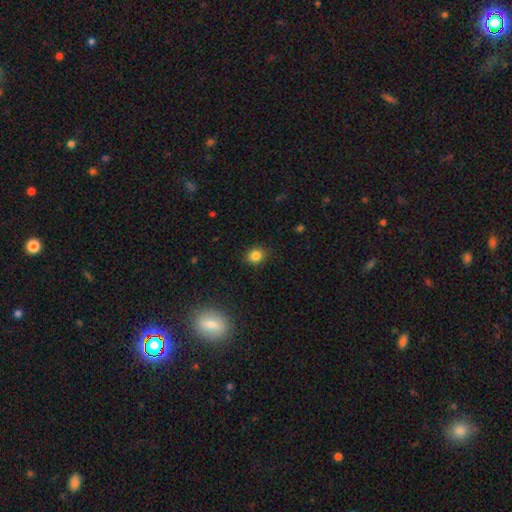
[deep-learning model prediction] The model was most divided on "how rounded": round: 70%, in between: 29%, cigar-shaped: 1%. More confident: merging — none (88%); smooth or featured — smooth (83%).